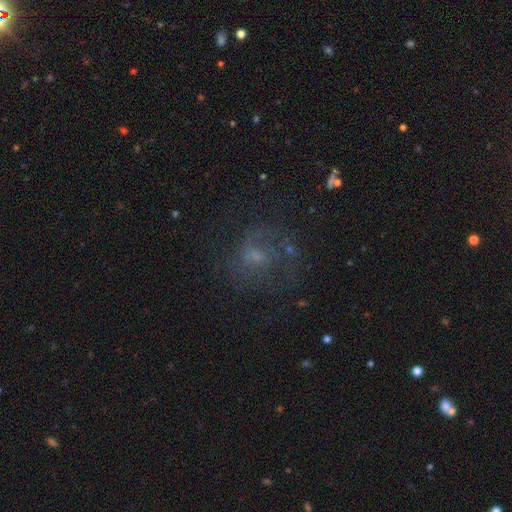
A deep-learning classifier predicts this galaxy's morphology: This is possibly a featured or disk galaxy (54%). It is clearly not viewed edge-on (97%). Bar: possibly no (59%). Spiral arm pattern: likely yes (71%). Central bulge: possibly small (49%). Merging: possibly none (60%).